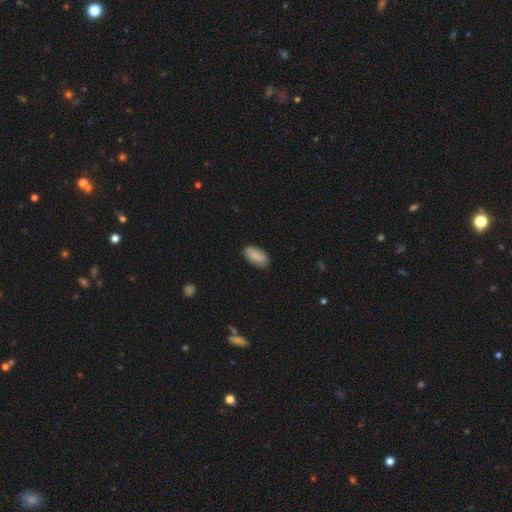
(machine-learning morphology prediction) This appears to be a smooth galaxy with no disk features (87%) that is in between round and cigar-shaped (94%). Merging: none (82%).